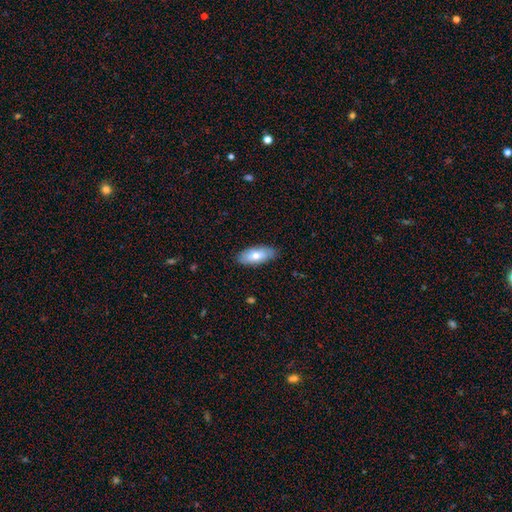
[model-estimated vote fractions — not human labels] This is likely a smooth galaxy (72%). How rounded: clearly in between (86%). Merging: clearly none (85%).